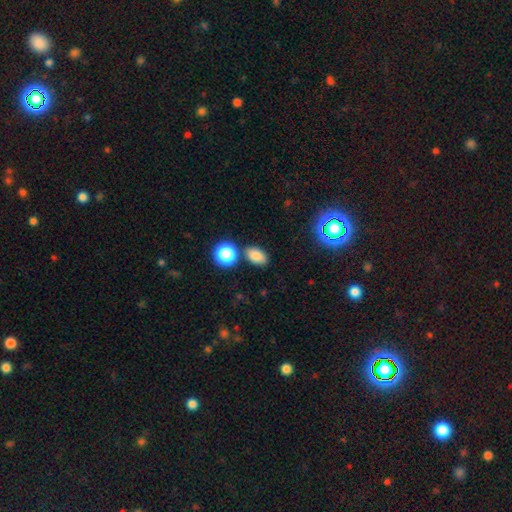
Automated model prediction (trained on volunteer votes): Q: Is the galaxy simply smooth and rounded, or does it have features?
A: smooth — 80%.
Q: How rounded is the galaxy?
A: in between — 85%.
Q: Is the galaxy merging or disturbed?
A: none — 78%.